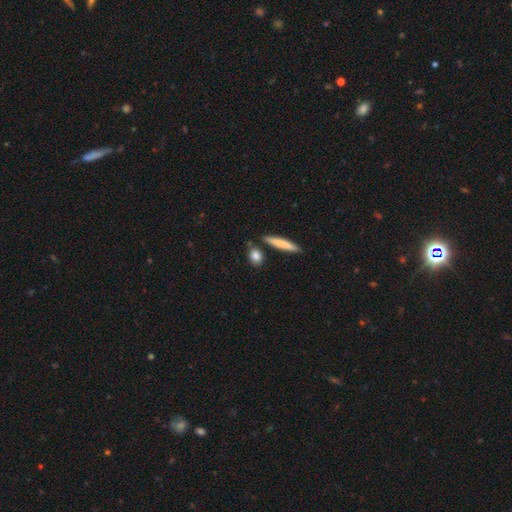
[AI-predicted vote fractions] Smooth or featured? Predicted: smooth (p=0.82). How rounded? Predicted: in between (p=0.50). Merging? Predicted: none (p=0.76).